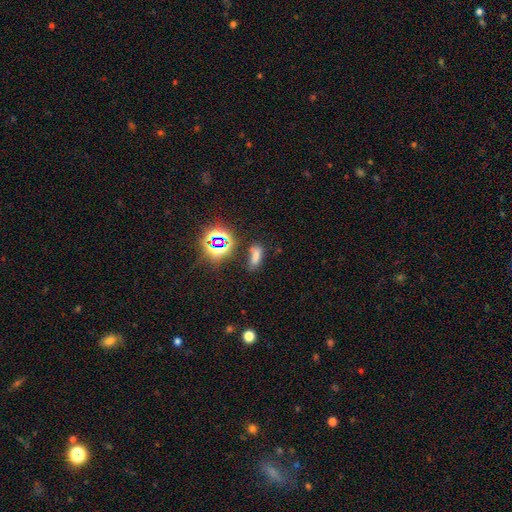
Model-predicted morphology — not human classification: This appears to be a smooth galaxy with no disk features (60%) that is in between round and cigar-shaped (72%). Merging: none (57%).